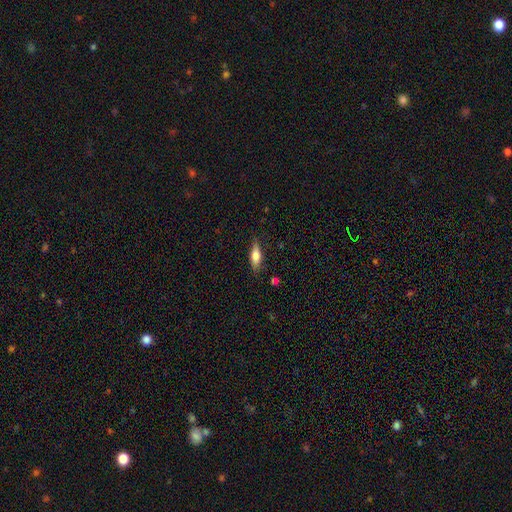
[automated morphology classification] This is likely a smooth galaxy (65%). How rounded: possibly in between (53%). Merging: clearly none (80%).